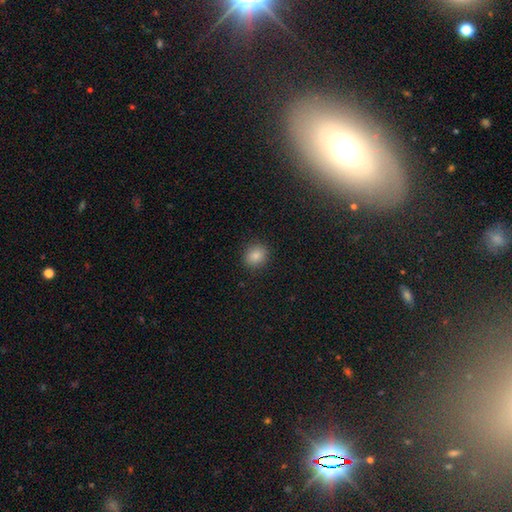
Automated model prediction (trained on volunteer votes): Smooth or featured? Predicted: smooth (p=0.85). How rounded? Predicted: round (p=0.80). Merging? Predicted: none (p=0.90).